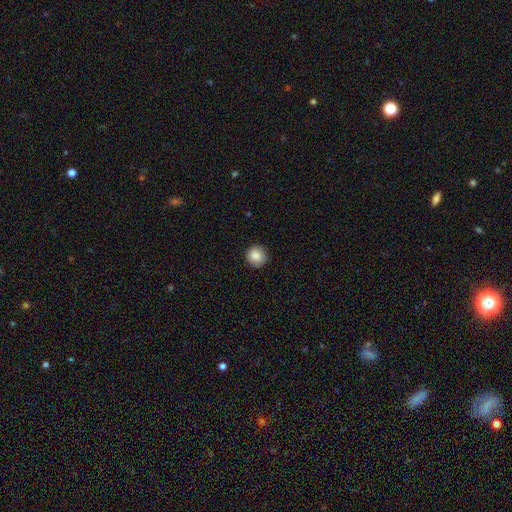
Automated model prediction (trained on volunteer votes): smooth-or-featured: smooth: 86% | star or artifact: 8% | featured or disk: 5%
  how-rounded: round: 94% | in between: 5% | cigar-shaped: 1%
  merging: none: 90% | minor disturbance: 7% | major disturbance: 2% | merger: 1%